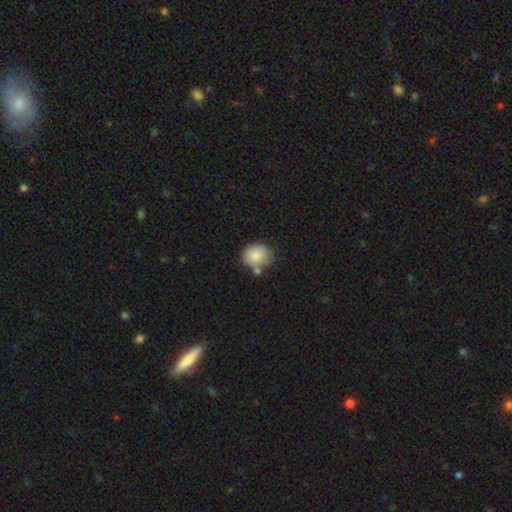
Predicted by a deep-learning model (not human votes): The model was most divided on "how rounded": round: 58%, in between: 41%, cigar-shaped: 1%. More confident: smooth or featured — smooth (84%); merging — none (58%).